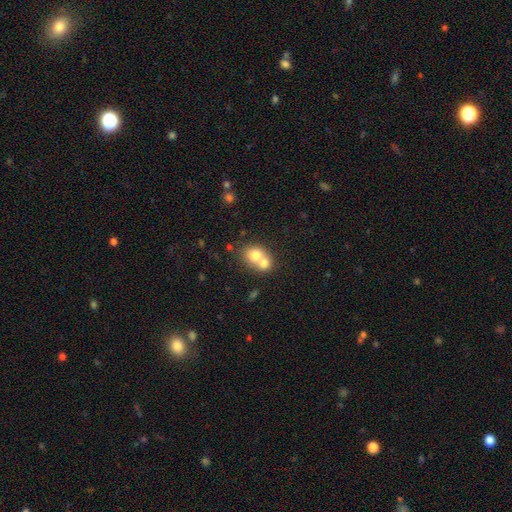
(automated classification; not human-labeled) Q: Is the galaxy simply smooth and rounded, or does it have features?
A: smooth — 71%.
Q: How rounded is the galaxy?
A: round — 65%.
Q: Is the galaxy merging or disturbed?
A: merger — 67%.